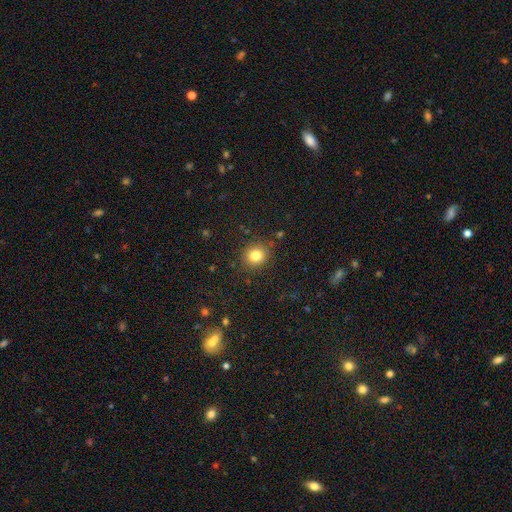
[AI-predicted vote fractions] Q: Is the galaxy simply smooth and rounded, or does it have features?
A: smooth — 81%.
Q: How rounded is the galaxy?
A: round — 80%.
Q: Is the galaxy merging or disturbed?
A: none — 86%.